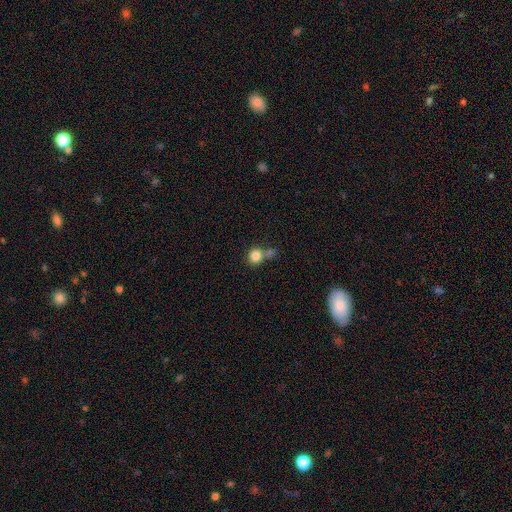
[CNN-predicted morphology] smooth-or-featured: smooth: 83% | star or artifact: 10% | featured or disk: 7%
  how-rounded: round: 84% | in between: 15% | cigar-shaped: 1%
  merging: none: 51% | merger: 33% | minor disturbance: 11% | major disturbance: 5%